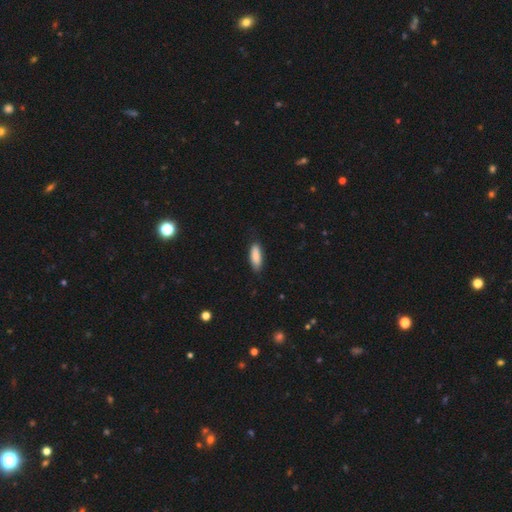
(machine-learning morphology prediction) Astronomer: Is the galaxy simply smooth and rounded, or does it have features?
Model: smooth — 87%.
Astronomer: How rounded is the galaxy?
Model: in between — 66%.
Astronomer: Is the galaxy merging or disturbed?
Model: none — 81%.